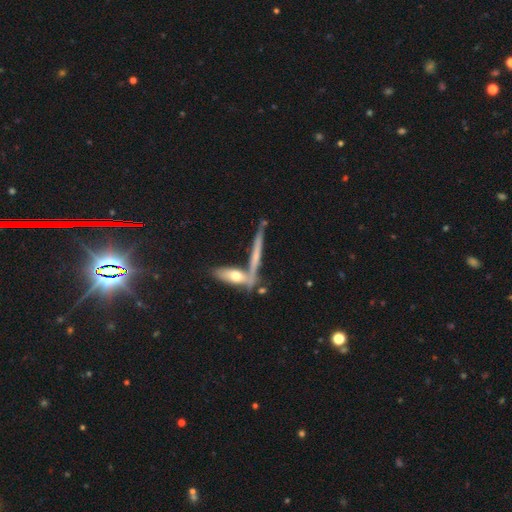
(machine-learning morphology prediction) Smooth or featured? Predicted: featured or disk (p=0.58). Edge-on disk? Predicted: yes (p=0.89). Edge-on bulge? Predicted: none (p=0.53). Merging? Predicted: none (p=0.57).